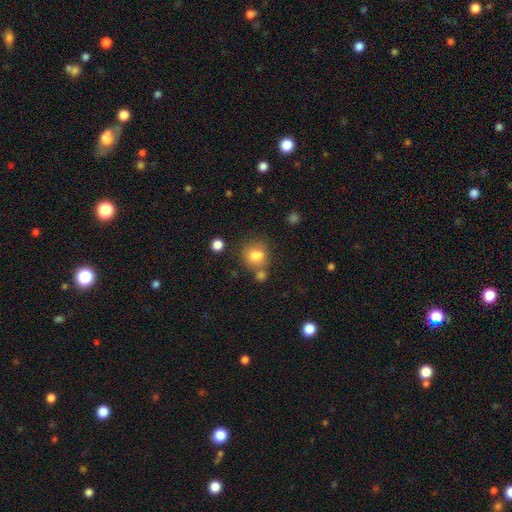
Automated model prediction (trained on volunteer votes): Morphology: type=smooth (79%); roundness=round (70%); merging=none (58%).